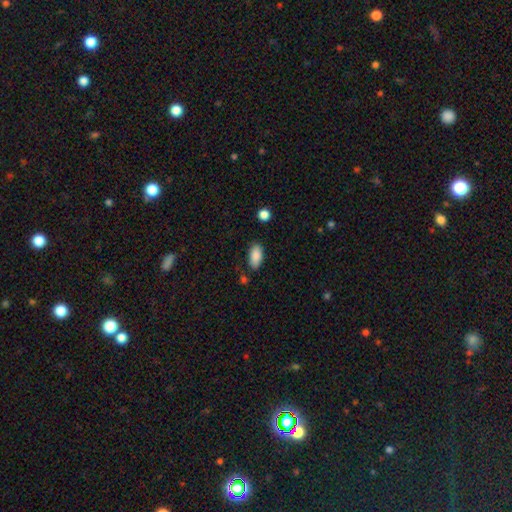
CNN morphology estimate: Smooth or featured?
  - smooth: 88% *
  - star or artifact: 7%
  - featured or disk: 5%
How rounded?
  - in between: 92% *
  - cigar-shaped: 5%
  - round: 3%
Merging?
  - none: 79% *
  - minor disturbance: 14%
  - major disturbance: 3%
  - merger: 3%